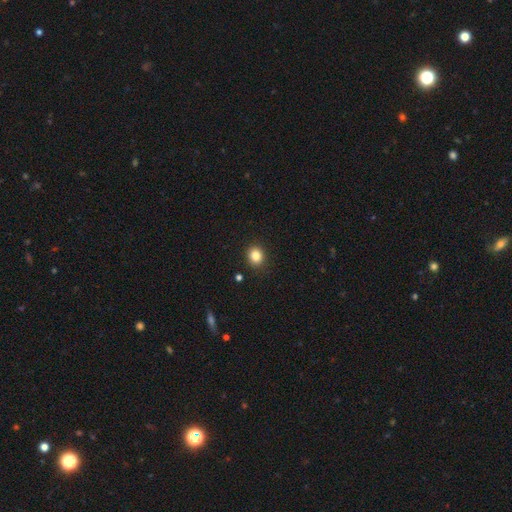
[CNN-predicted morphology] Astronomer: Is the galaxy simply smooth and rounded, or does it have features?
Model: smooth — 84%.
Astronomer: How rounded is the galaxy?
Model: round — 73%.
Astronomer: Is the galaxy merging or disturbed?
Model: none — 90%.